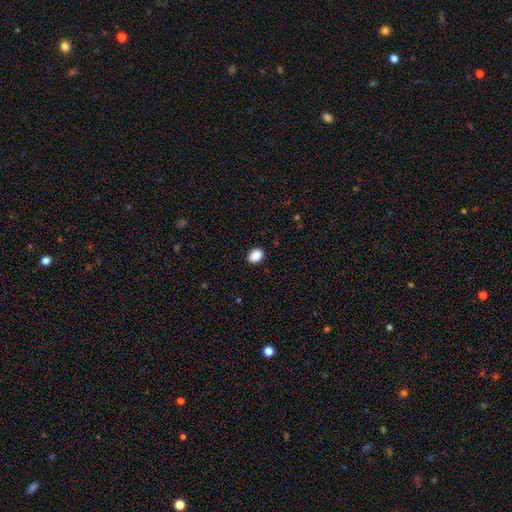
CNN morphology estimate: Smooth or featured: smooth — 89% (star or artifact — 8%)
How rounded: in between — 64% (round — 35%)
Merging: none — 91% (minor disturbance — 7%)